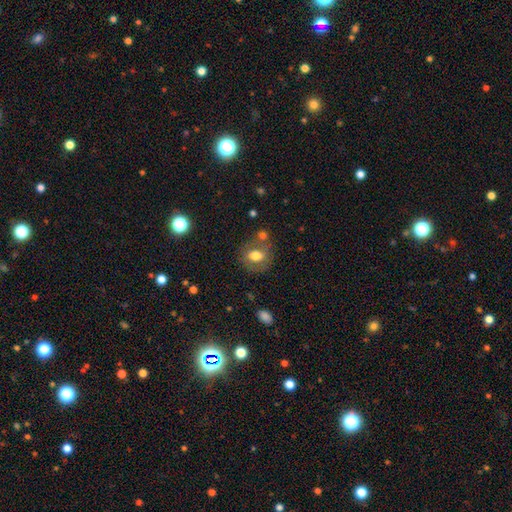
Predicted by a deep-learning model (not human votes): Overall: smooth (65%). How rounded: round (58%; in between 40%). Merging: none (65%).